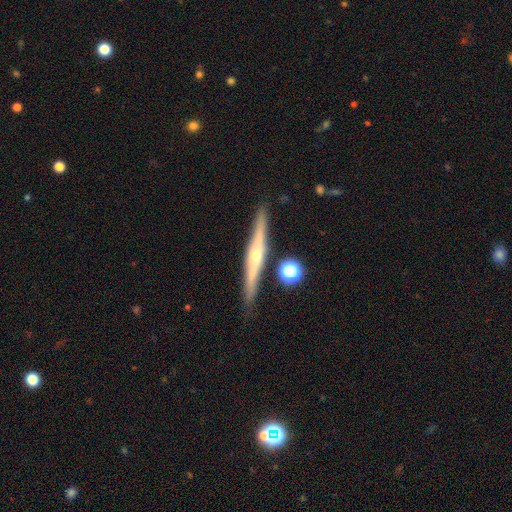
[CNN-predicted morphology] smooth-or-featured: featured or disk: 74% | smooth: 20% | star or artifact: 7%
  disk-edge-on: yes: 97% | no: 3%
    edge-on-bulge: rounded: 84% | none: 10% | boxy: 6%
  merging: none: 86% | minor disturbance: 8% | merger: 4% | major disturbance: 2%